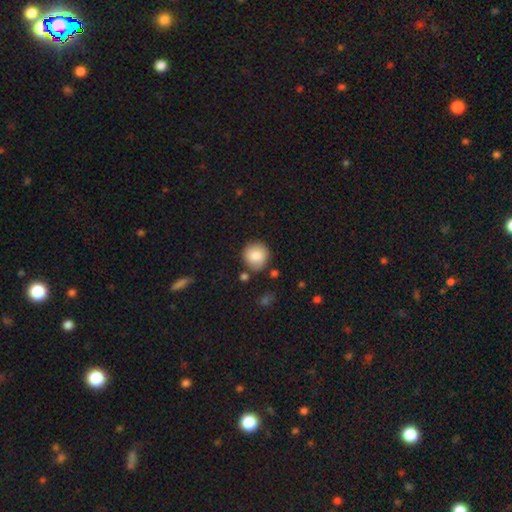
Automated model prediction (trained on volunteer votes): This is clearly a smooth galaxy (85%). How rounded: clearly round (91%). Merging: clearly none (82%).